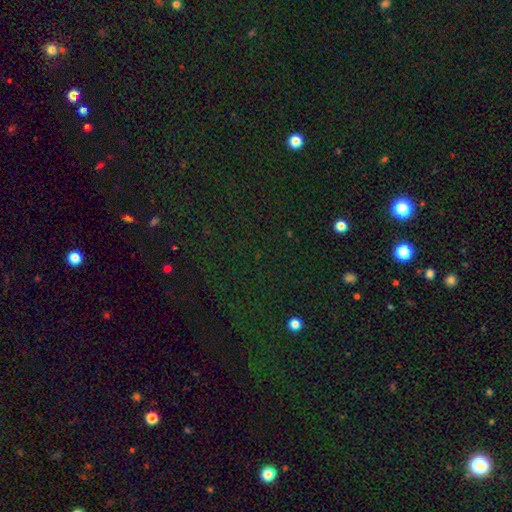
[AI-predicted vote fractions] smooth_or_featured: star or artifact (p=0.72) [alt: smooth p=0.19]